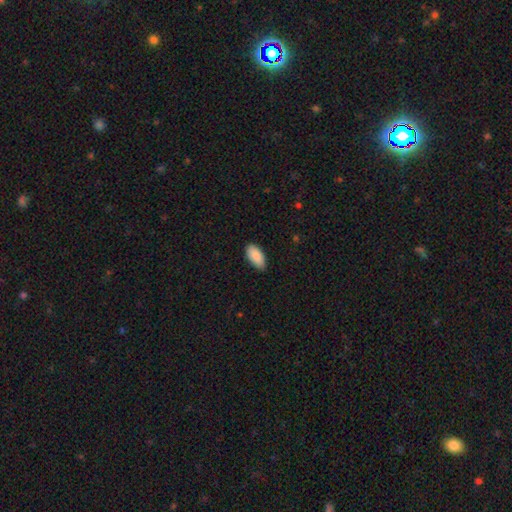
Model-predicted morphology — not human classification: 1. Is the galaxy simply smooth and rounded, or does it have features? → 90% smooth, 6% star or artifact, 4% featured or disk.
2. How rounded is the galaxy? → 94% in between, 4% cigar-shaped, 2% round.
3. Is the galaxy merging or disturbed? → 83% none, 14% minor disturbance, 2% major disturbance, 1% merger.